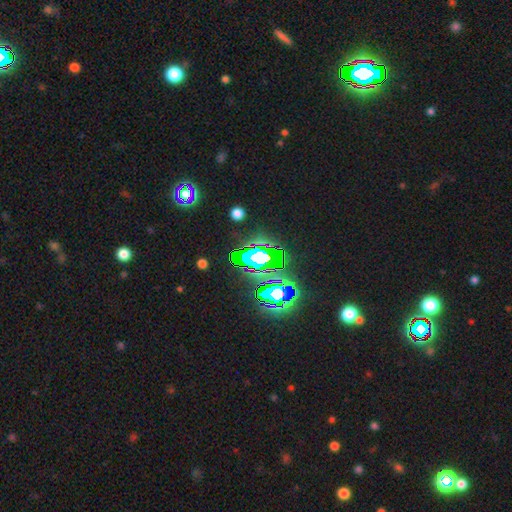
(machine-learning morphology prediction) A star or artifact, not a galaxy (78%).